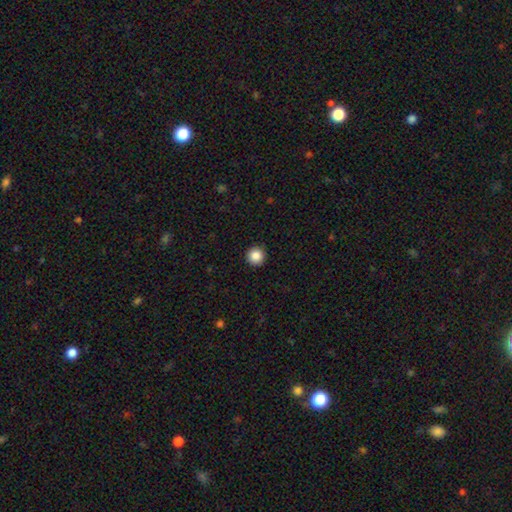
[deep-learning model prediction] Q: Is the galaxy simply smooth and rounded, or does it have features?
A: smooth — 86%.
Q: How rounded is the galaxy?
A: round — 96%.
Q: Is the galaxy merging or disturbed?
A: none — 93%.